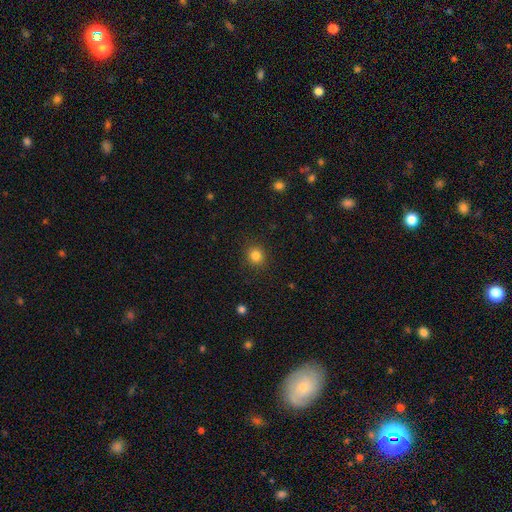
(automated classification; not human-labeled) Smooth or featured? smooth (83%)
How rounded? round (88%)
Merging? none (91%)